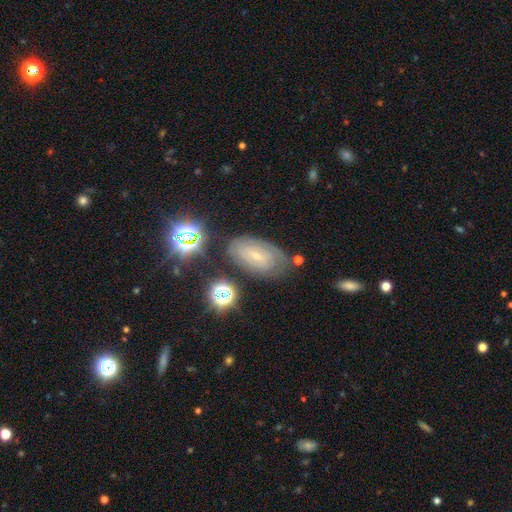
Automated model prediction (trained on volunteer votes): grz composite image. It shows a featured or disk galaxy (59%) with a weak bar (44%), spiral arms (82%) and a small central bulge (75%). Merging: none (69%).